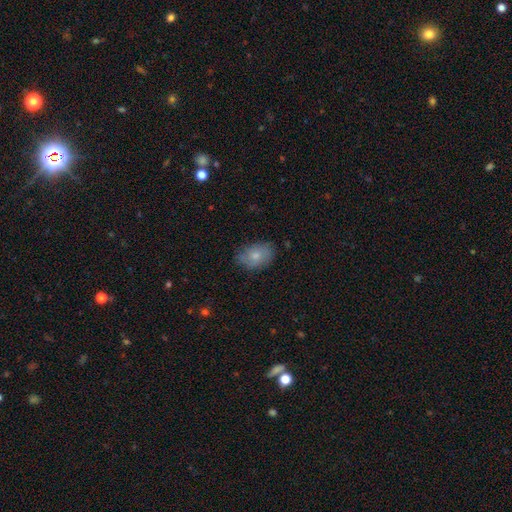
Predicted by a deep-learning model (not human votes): Overall: smooth (74%). How rounded: in between (81%). Merging: none (71%).